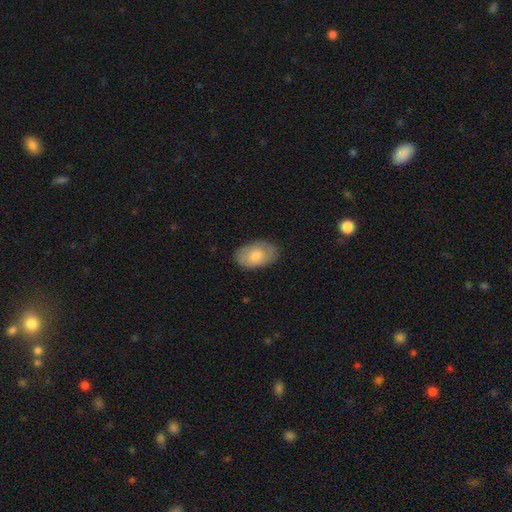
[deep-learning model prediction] Morphology: type=smooth (67%); roundness=in between (90%); merging=none (80%).